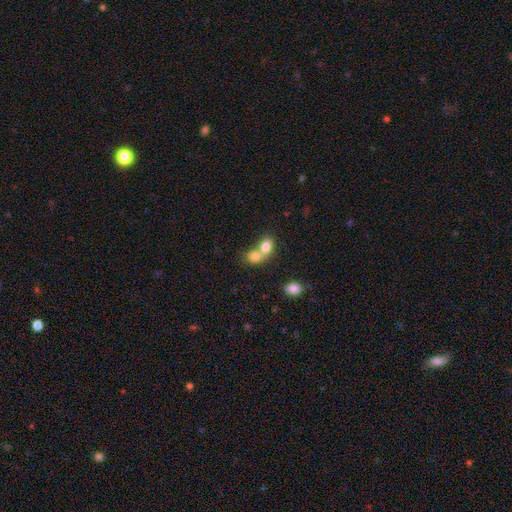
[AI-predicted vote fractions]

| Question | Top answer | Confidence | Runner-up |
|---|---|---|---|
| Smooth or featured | smooth | 76% | featured or disk (14%) |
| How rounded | round | 51% | in between (47%) |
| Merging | merger | 72% | none (21%) |